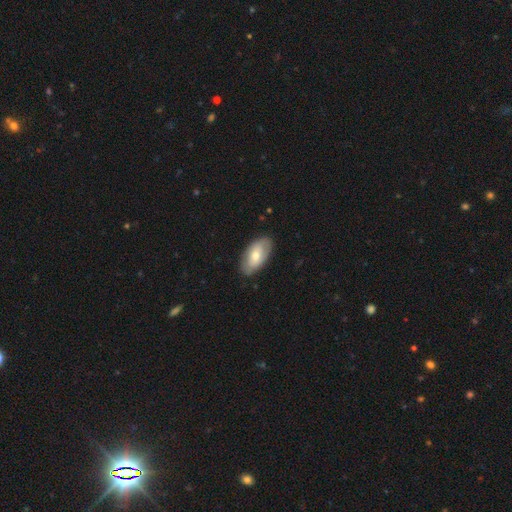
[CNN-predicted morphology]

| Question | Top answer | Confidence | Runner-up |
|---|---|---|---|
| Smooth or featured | smooth | 58% | featured or disk (36%) |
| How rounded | in between | 93% | round (4%) |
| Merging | none | 84% | minor disturbance (12%) |